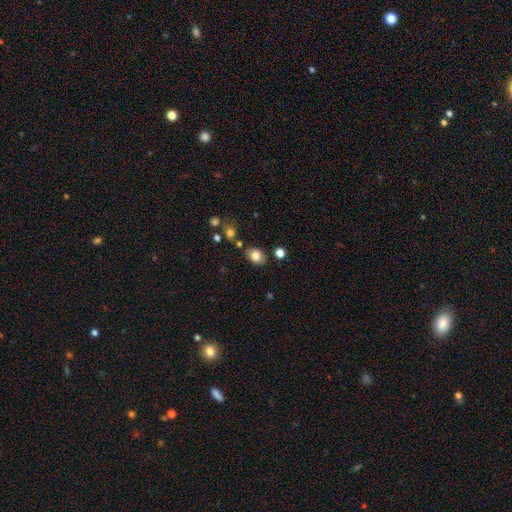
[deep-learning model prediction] Overall: smooth (80%). How rounded: in between (67%; round 32%). Merging: none (79%).